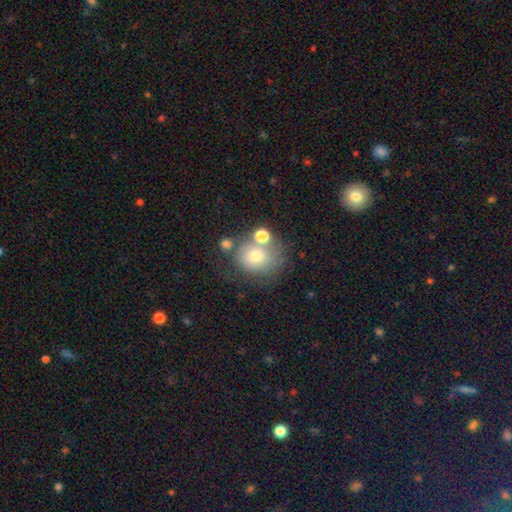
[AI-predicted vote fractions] Q: Smooth or featured?
A: smooth (70%); runner-up: featured or disk (18%)
Q: How rounded?
A: round (76%); runner-up: in between (23%)
Q: Merging?
A: none (52%); runner-up: merger (21%)